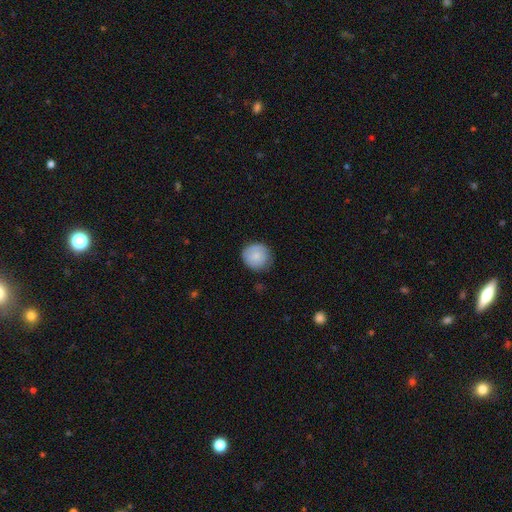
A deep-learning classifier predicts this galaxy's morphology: Smooth or featured: smooth — 80% (featured or disk — 13%)
How rounded: round — 89% (in between — 10%)
Merging: none — 78% (minor disturbance — 18%)